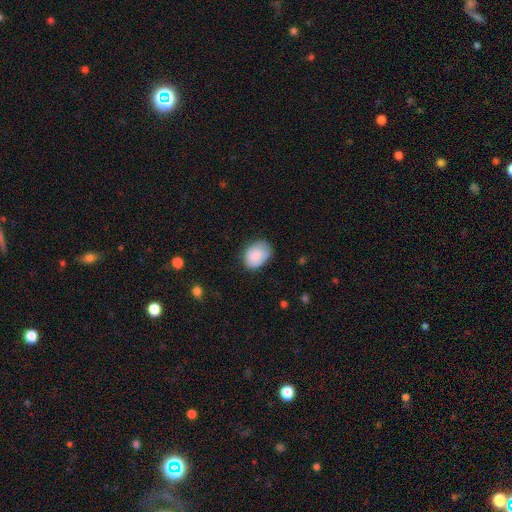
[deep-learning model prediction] Smooth or featured? Predicted: smooth (p=0.84). How rounded? Predicted: in between (p=0.68). Merging? Predicted: none (p=0.67).